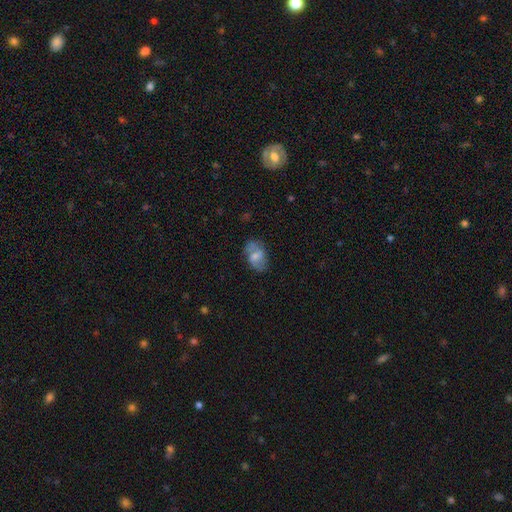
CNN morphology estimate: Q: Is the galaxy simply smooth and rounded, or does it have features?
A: featured or disk — 47%.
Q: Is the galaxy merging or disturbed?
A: none — 59%.